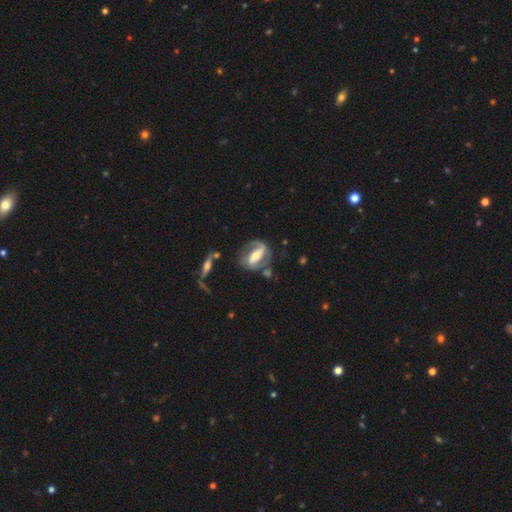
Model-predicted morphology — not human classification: Q: Smooth or featured?
A: featured or disk (80%); runner-up: smooth (14%)
Q: Edge-on disk?
A: no (94%); runner-up: yes (6%)
Q: Bar?
A: strong (62%); runner-up: weak (25%)
Q: Spiral arms?
A: yes (86%); runner-up: no (14%)
Q: Spiral winding?
A: medium (45%); runner-up: tight (35%)
Q: Spiral arm count?
A: 2 (77%); runner-up: 1 (13%)
Q: Bulge size?
A: moderate (55%); runner-up: small (26%)
Q: Merging?
A: none (61%); runner-up: minor disturbance (19%)